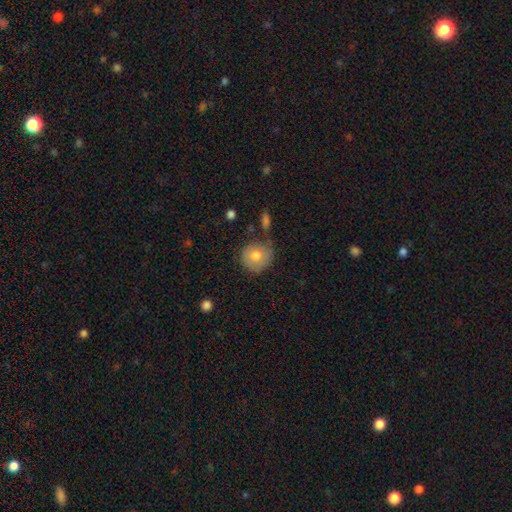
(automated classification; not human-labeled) Overall: smooth (77%). How rounded: round (87%). Merging: none (70%).